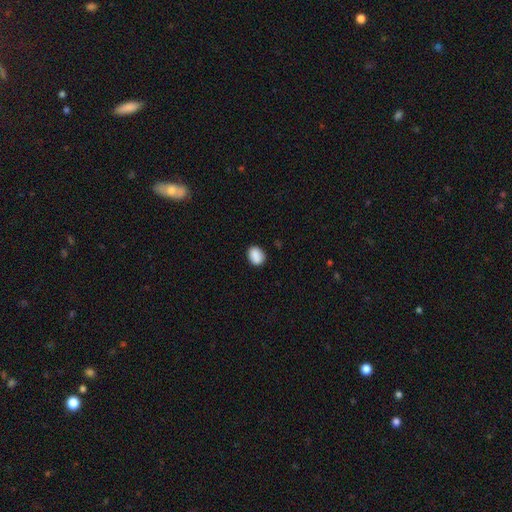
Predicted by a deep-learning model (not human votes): smooth 89%, star or artifact 8%, featured or disk 3%. Down the decision tree: how rounded — in between (60%); merging — none (85%).